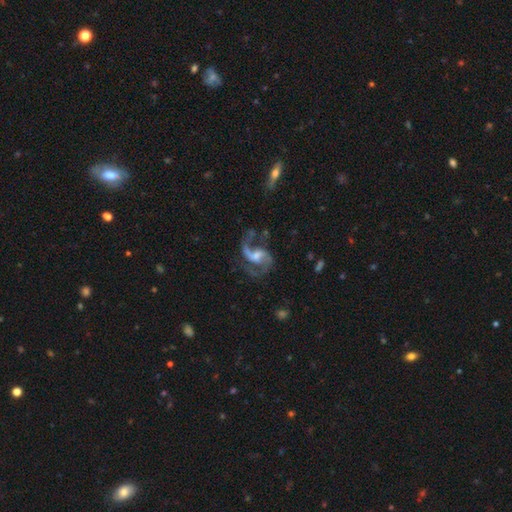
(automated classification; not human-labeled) This is clearly a featured or disk galaxy (88%). It is clearly not viewed edge-on (98%). Bar: possibly weak (49%). Spiral arm pattern: clearly yes (96%). Spiral arm count: clearly 2 (84%). Spiral winding: possibly loose (54%). Central bulge: possibly moderate (46%). Merging: possibly none (55%).